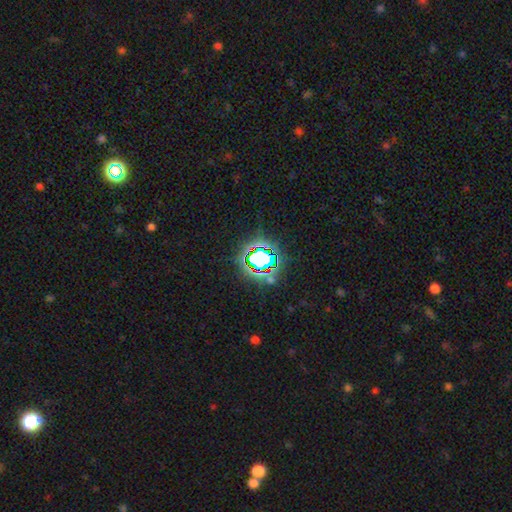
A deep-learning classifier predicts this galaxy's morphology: This is likely a star or artifact rather than a galaxy (69%).